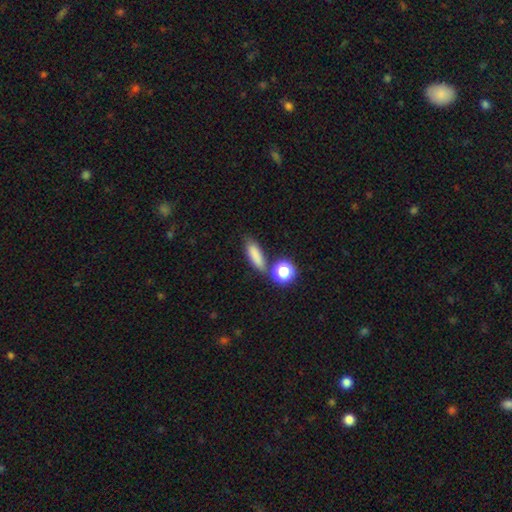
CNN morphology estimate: smooth_or_featured: smooth (p=0.80) [alt: star or artifact p=0.12]
how_rounded: cigar-shaped (p=0.45) [tied with: in between p=0.45]
merging: none (p=0.70) [alt: minor disturbance p=0.13]